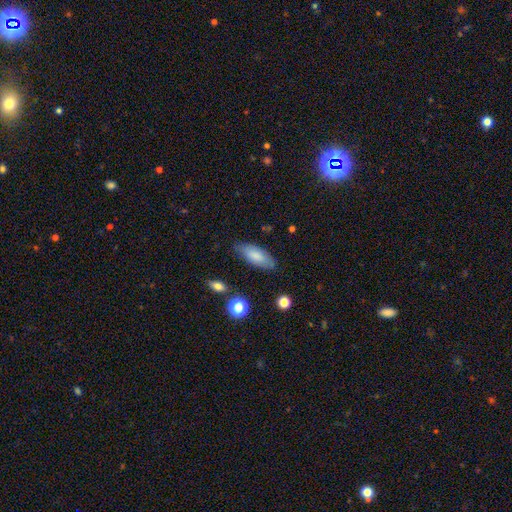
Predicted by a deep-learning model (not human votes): smooth-or-featured: smooth: 79% | featured or disk: 14% | star or artifact: 7%
  how-rounded: in between: 79% | cigar-shaped: 19% | round: 2%
  merging: none: 79% | minor disturbance: 16% | major disturbance: 4% | merger: 2%